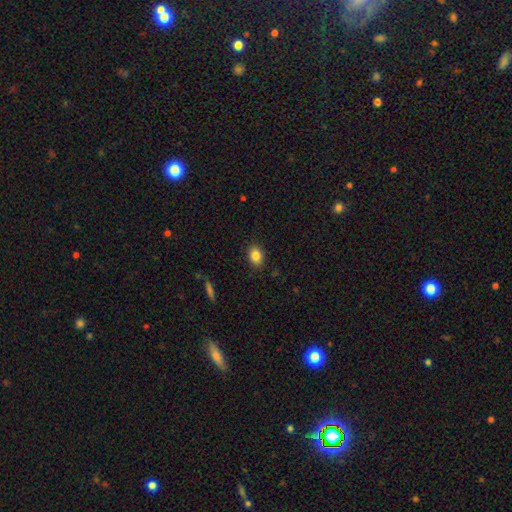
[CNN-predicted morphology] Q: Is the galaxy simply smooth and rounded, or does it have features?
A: smooth — 85%.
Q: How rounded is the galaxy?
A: in between — 56%.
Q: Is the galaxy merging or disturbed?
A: none — 87%.